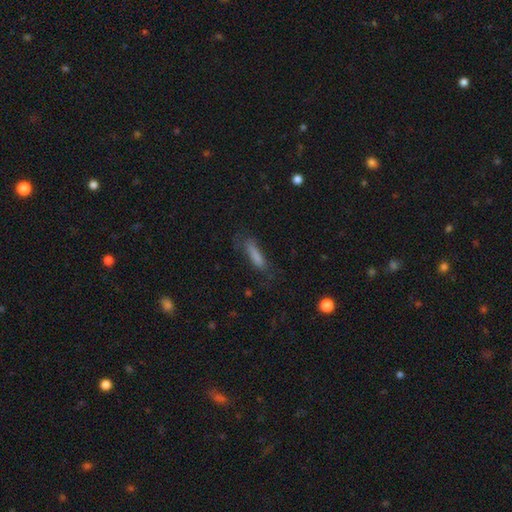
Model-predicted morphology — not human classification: Q: Smooth or featured?
A: smooth (75%); runner-up: featured or disk (15%)
Q: How rounded?
A: cigar-shaped (73%); runner-up: in between (25%)
Q: Merging?
A: none (61%); runner-up: minor disturbance (25%)